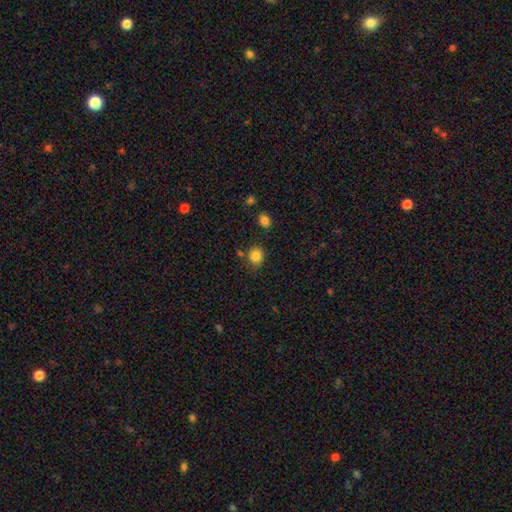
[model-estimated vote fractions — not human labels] Morphology: type=smooth (84%); roundness=round (81%); merging=none (78%).